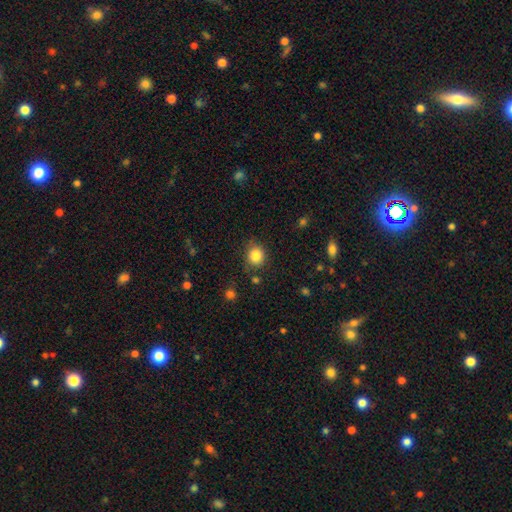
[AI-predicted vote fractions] A smooth galaxy with no disk features (85%) that is round (80%).

Vote fractions:
- Smooth or featured? smooth: 85% / star or artifact: 10% / featured or disk: 5%
- How rounded? round: 80% / in between: 19% / cigar-shaped: 1%
- Merging? none: 81% / minor disturbance: 13% / major disturbance: 3% / merger: 3%